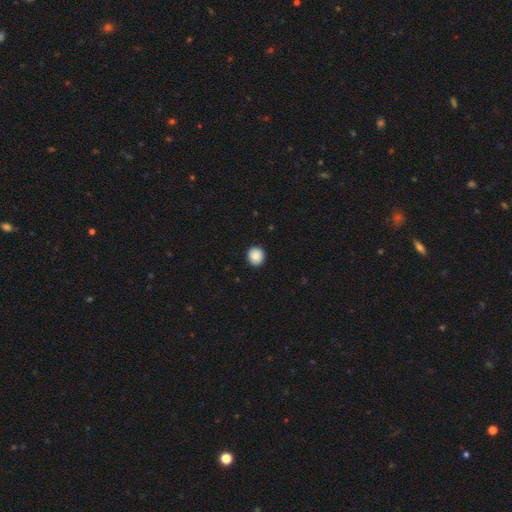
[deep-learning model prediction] Morphology: type=smooth (89%); roundness=round (89%); merging=none (93%).